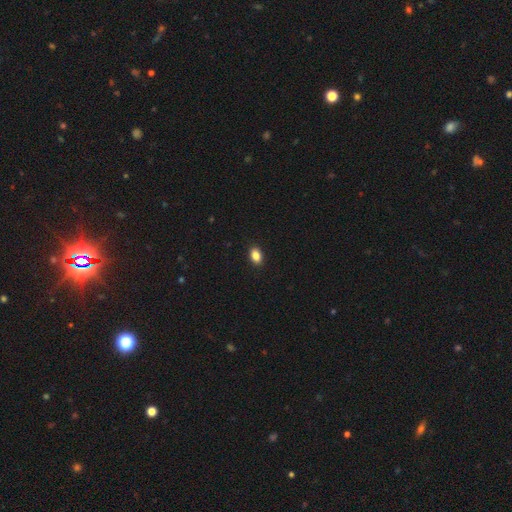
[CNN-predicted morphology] Q: Smooth or featured?
A: smooth (86%); runner-up: star or artifact (9%)
Q: How rounded?
A: in between (84%); runner-up: round (14%)
Q: Merging?
A: none (90%); runner-up: minor disturbance (7%)